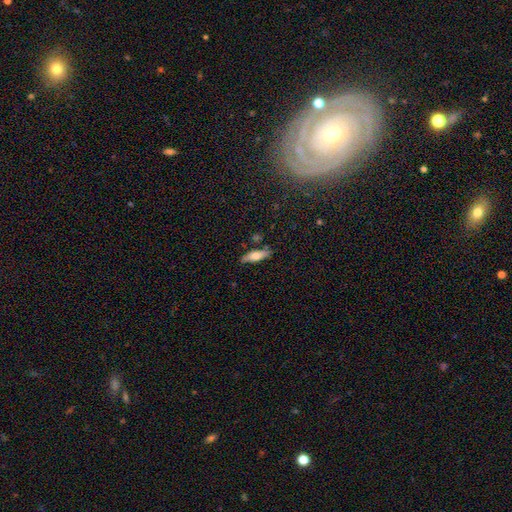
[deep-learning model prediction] A smooth galaxy with no disk features (65%) that is cigar-shaped (50%).

Vote fractions:
- Smooth or featured? smooth: 65% / featured or disk: 28% / star or artifact: 7%
- How rounded? cigar-shaped: 50% / in between: 47% / round: 2%
- Merging? none: 79% / minor disturbance: 14% / merger: 4% / major disturbance: 3%